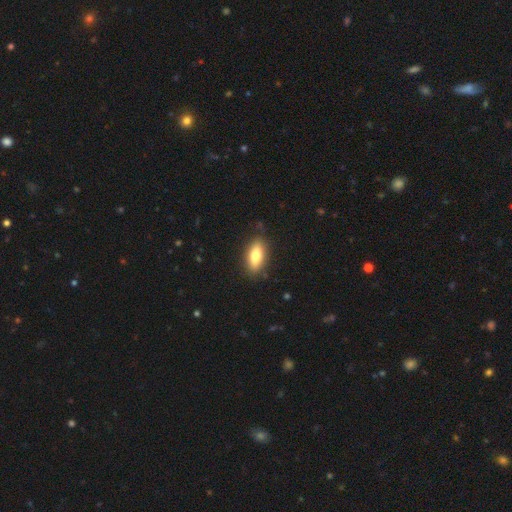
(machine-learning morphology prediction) Overall: smooth (75%). How rounded: in between (75%). Merging: none (84%).